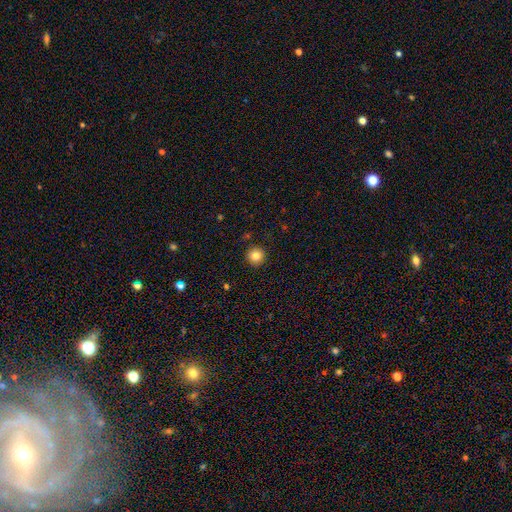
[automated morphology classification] smooth-or-featured: smooth: 83% | star or artifact: 11% | featured or disk: 6%
  how-rounded: round: 95% | in between: 4% | cigar-shaped: 1%
  merging: none: 92% | minor disturbance: 5% | major disturbance: 2% | merger: 1%